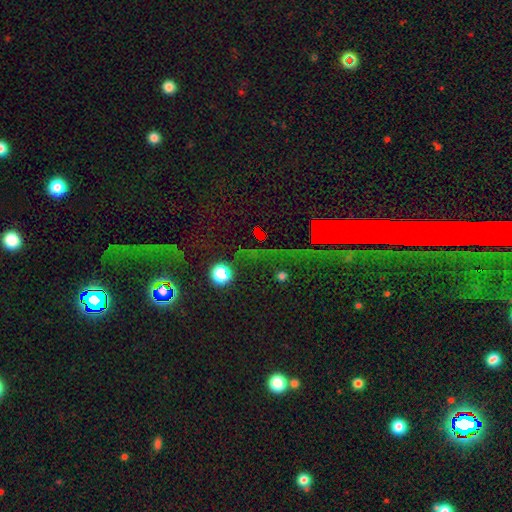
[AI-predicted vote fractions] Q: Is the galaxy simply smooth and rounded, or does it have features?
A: star or artifact — 73%.